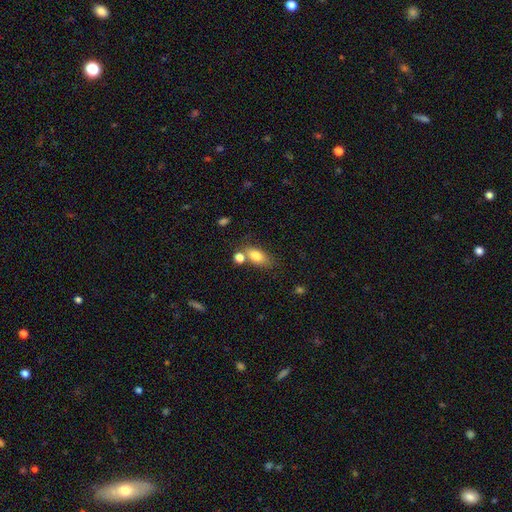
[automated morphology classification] This appears to be a smooth galaxy with no disk features (81%) that is in between round and cigar-shaped (83%). Merging: none (55%).